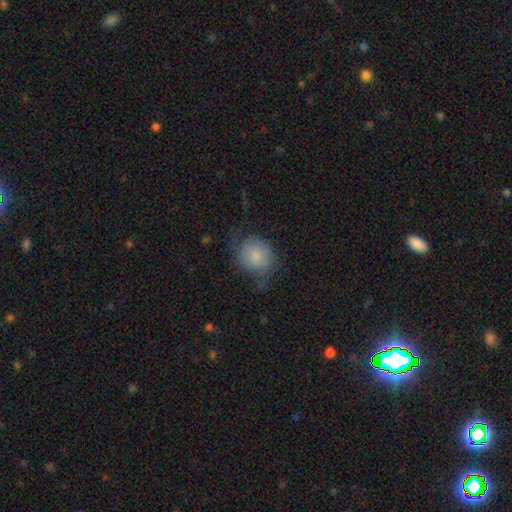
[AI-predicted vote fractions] smooth 70%, featured or disk 22%, star or artifact 8%. Down the decision tree: how rounded — round (70%); merging — none (46%).